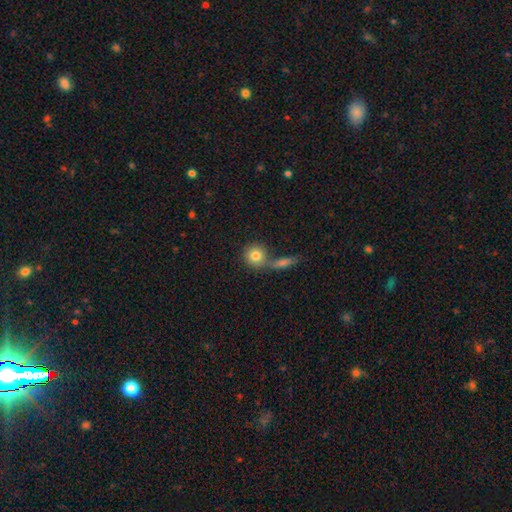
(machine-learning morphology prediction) The model was most divided on "merging": none: 50%, merger: 36%, minor disturbance: 9%, major disturbance: 5%. More confident: how rounded — round (88%); smooth or featured — smooth (80%).